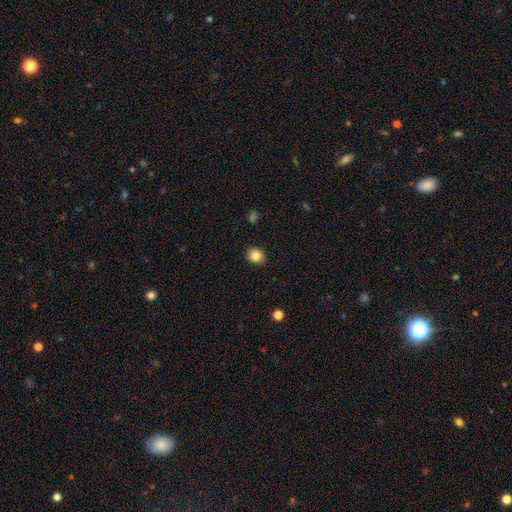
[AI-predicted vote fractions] Smooth or featured? smooth (85%)
How rounded? round (63%)
Merging? none (87%)